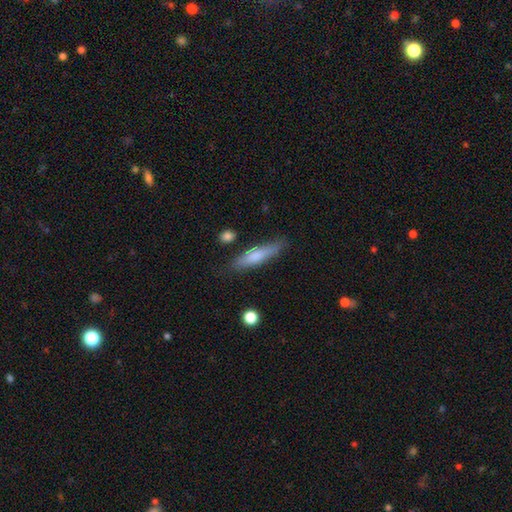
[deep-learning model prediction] Smooth or featured?
  - smooth: 68% *
  - featured or disk: 26%
  - star or artifact: 6%
How rounded?
  - cigar-shaped: 79% *
  - in between: 19%
  - round: 2%
Merging?
  - none: 78% *
  - minor disturbance: 16%
  - major disturbance: 4%
  - merger: 3%